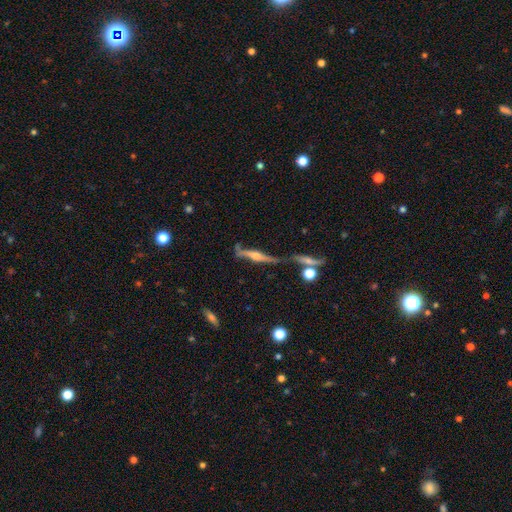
Smooth or featured? featured or disk (74%)
Edge-on disk? yes (89%)
Edge-on bulge? rounded (92%)
Merging? none (40%, tied with merger)